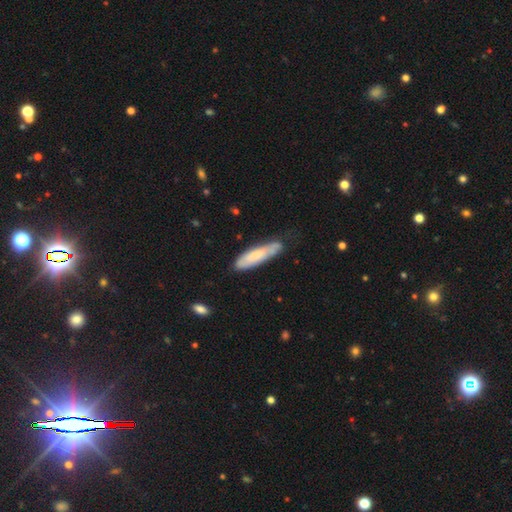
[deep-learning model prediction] The model was most divided on "merging": none: 62%, minor disturbance: 28%, major disturbance: 6%, merger: 3%. More confident: how rounded — cigar-shaped (69%); smooth or featured — smooth (65%).